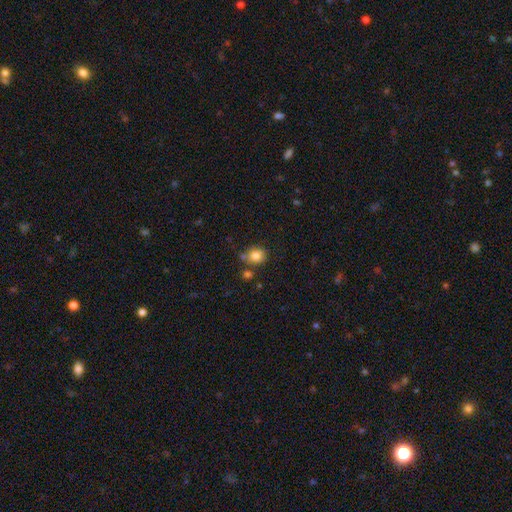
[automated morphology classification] A smooth galaxy with no disk features (83%) that is round (79%). Merging: none (66%).